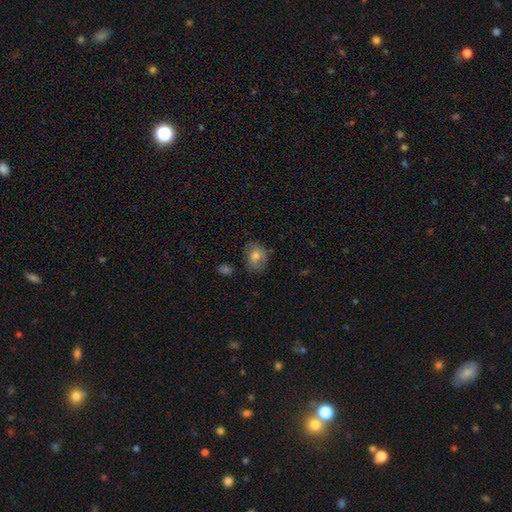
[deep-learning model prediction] smooth-or-featured: smooth: 62% | featured or disk: 25% | star or artifact: 12%
  how-rounded: round: 56% | in between: 43% | cigar-shaped: 1%
  merging: none: 68% | minor disturbance: 22% | major disturbance: 8% | merger: 2%